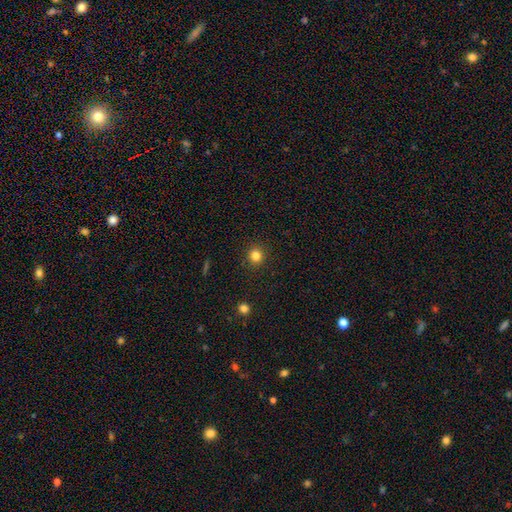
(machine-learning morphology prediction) Smooth or featured? smooth (82%)
How rounded? round (93%)
Merging? none (91%)